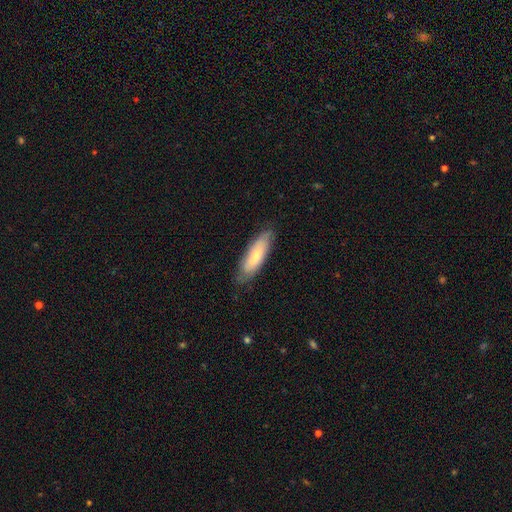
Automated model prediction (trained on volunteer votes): smooth 61%, featured or disk 33%, star or artifact 6%. Down the decision tree: how rounded — in between (51%); merging — none (75%).